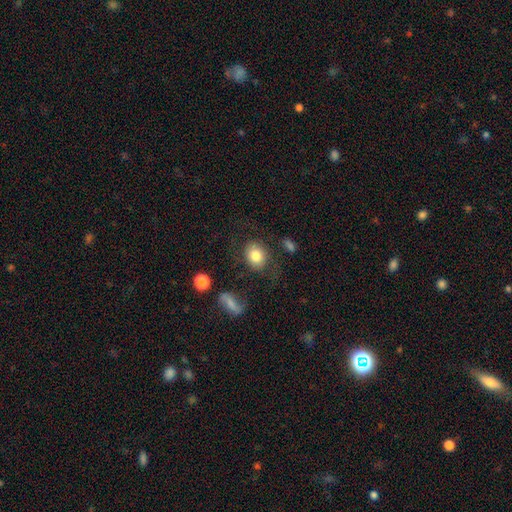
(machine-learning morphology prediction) type=smooth (79%); roundness=in between (55%); merging=none (69%).